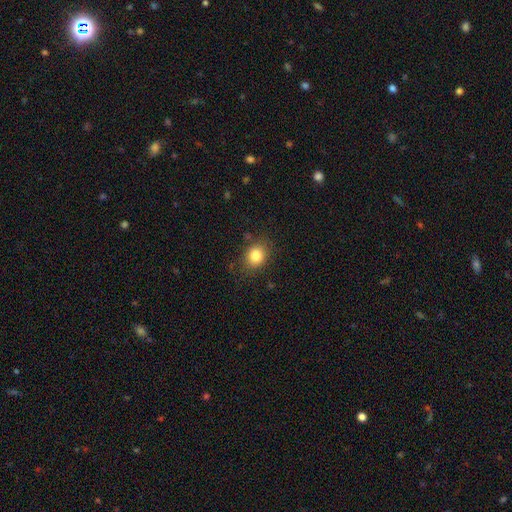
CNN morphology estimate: This is clearly a smooth galaxy (82%). How rounded: likely round (61%). Merging: clearly none (83%).